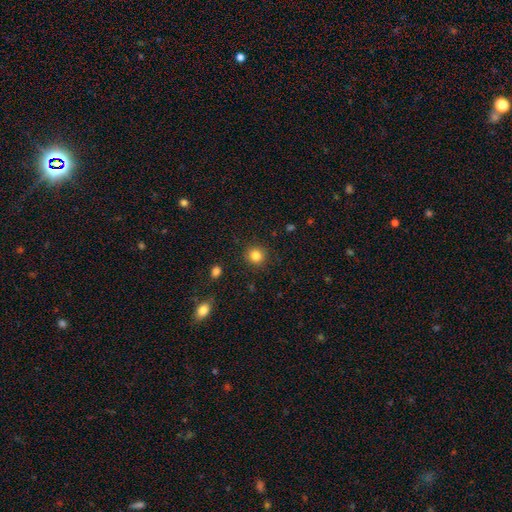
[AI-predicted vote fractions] A smooth galaxy with no disk features (84%) that is round (90%).

Vote fractions:
- Smooth or featured? smooth: 84% / star or artifact: 11% / featured or disk: 5%
- How rounded? round: 90% / in between: 9% / cigar-shaped: 1%
- Merging? none: 90% / minor disturbance: 6% / major disturbance: 2% / merger: 1%